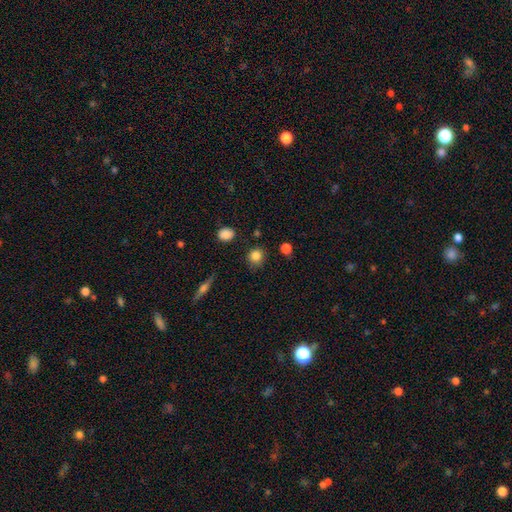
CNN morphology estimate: smooth 85%, star or artifact 10%, featured or disk 5%. Down the decision tree: how rounded — round (84%); merging — none (81%).